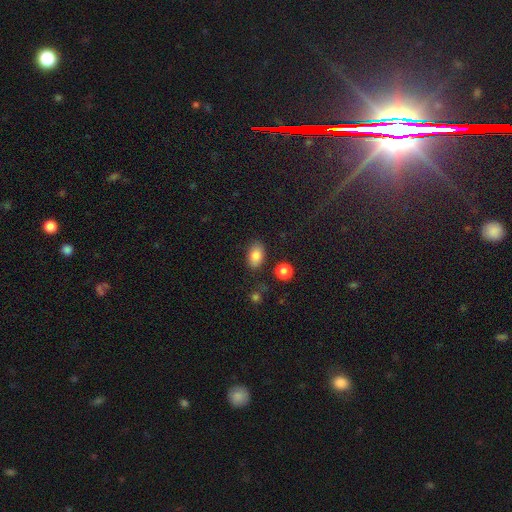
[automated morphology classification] Smooth or featured?
  - smooth: 83% *
  - star or artifact: 9%
  - featured or disk: 8%
How rounded?
  - in between: 89% *
  - round: 9%
  - cigar-shaped: 2%
Merging?
  - none: 82% *
  - minor disturbance: 12%
  - merger: 3%
  - major disturbance: 3%